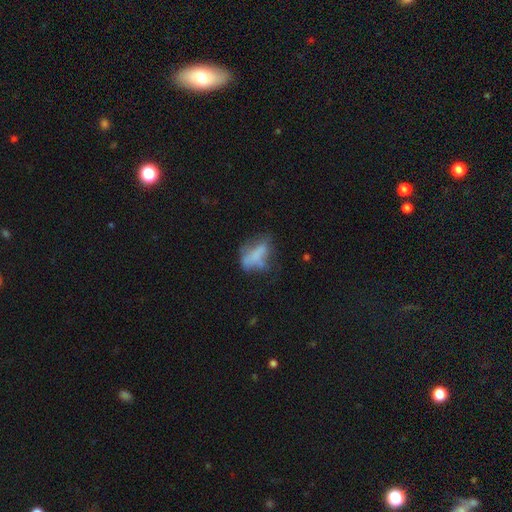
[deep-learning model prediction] smooth_or_featured: smooth (p=0.56) [alt: featured or disk p=0.32]
how_rounded: in between (p=0.77) [alt: cigar-shaped p=0.16]
merging: none (p=0.34) [alt: major disturbance p=0.29]